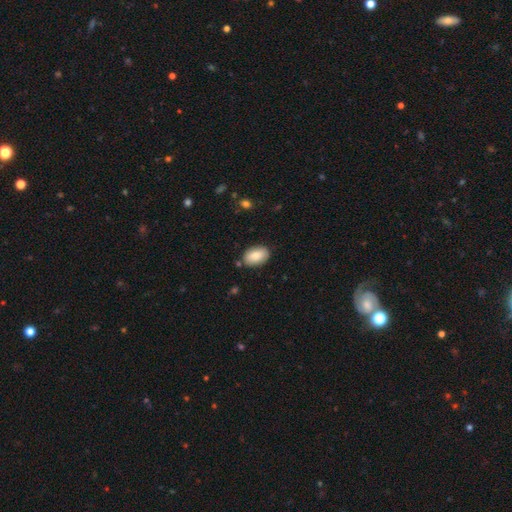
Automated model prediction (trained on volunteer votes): smooth-or-featured: smooth: 83% | featured or disk: 10% | star or artifact: 7%
  how-rounded: in between: 90% | round: 9% | cigar-shaped: 1%
  merging: none: 83% | minor disturbance: 12% | major disturbance: 2% | merger: 2%